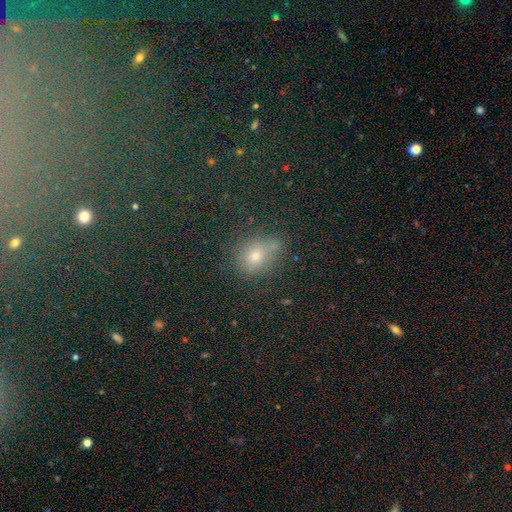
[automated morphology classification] Smooth or featured? smooth (67%)
How rounded? round (60%)
Merging? none (63%)